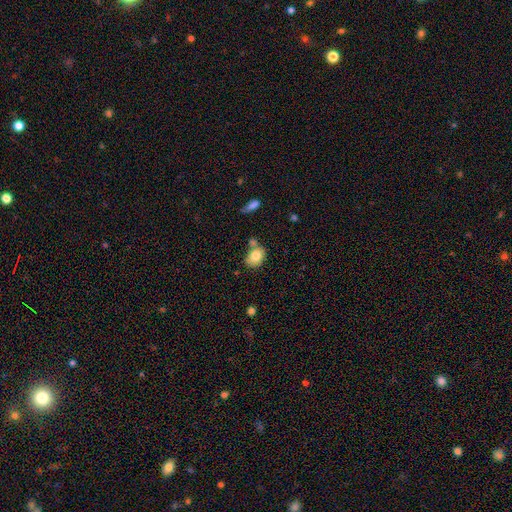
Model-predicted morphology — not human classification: Smooth or featured?
  - smooth: 80% *
  - featured or disk: 12%
  - star or artifact: 8%
How rounded?
  - in between: 60% *
  - round: 39%
  - cigar-shaped: 1%
Merging?
  - none: 50% *
  - merger: 24%
  - minor disturbance: 20%
  - major disturbance: 6%